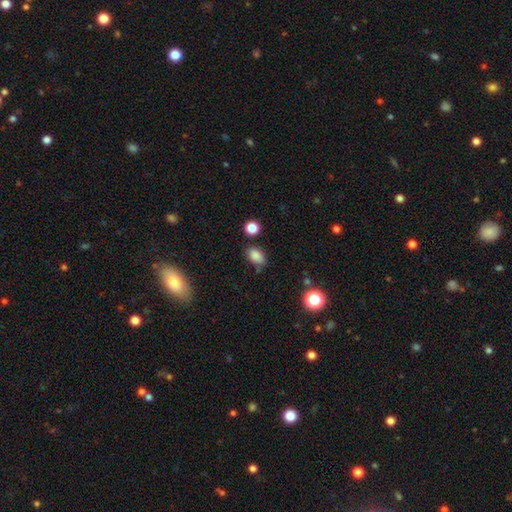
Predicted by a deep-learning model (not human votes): smooth 84%, star or artifact 11%, featured or disk 5%. Down the decision tree: how rounded — in between (83%); merging — none (68%).